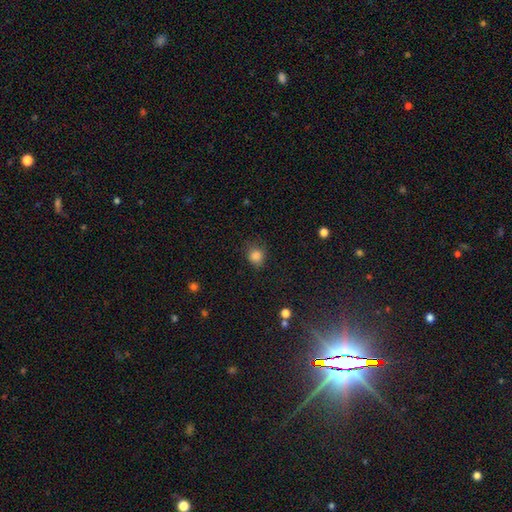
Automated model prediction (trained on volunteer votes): Smooth or featured? smooth (84%)
How rounded? round (74%)
Merging? none (70%)